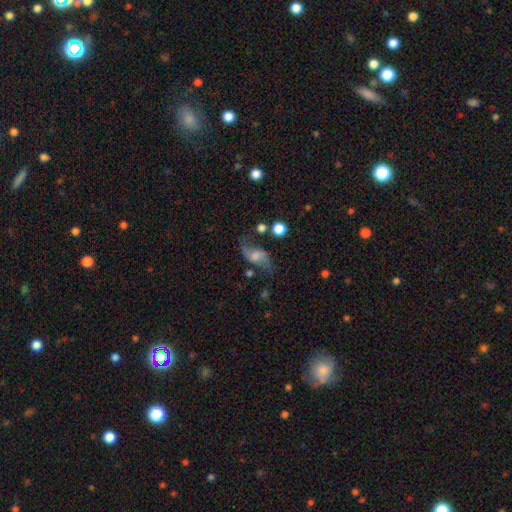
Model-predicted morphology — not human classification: The model was most divided on "bulge size": moderate: 34%, small: 32%, none: 20%, large: 11%, dominant: 3%. Remaining: edge-on disk — no (96%); spiral arms — yes (94%); spiral arm count — 2 (90%); spiral winding — loose (82%); smooth or featured — featured or disk (76%); merging — none (64%); bar — no (47%).